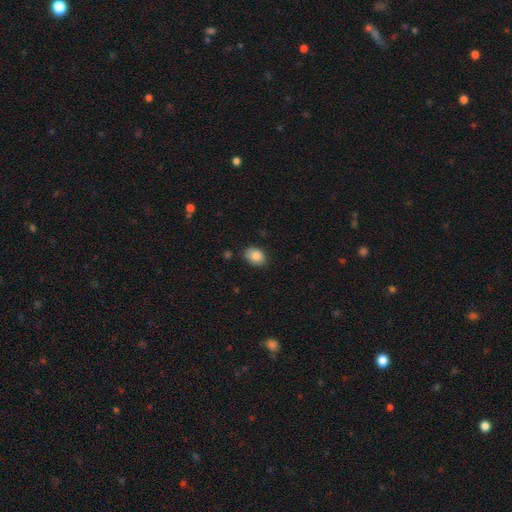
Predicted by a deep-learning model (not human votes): smooth 86%, star or artifact 8%, featured or disk 6%. Down the decision tree: how rounded — in between (71%); merging — none (82%).